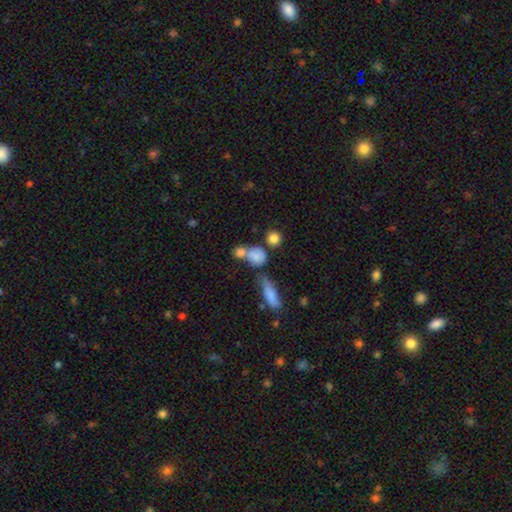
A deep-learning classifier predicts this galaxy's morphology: Smooth or featured: smooth — 77% (star or artifact — 12%)
How rounded: round — 64% (in between — 31%)
Merging: merger — 45% (none — 39%)